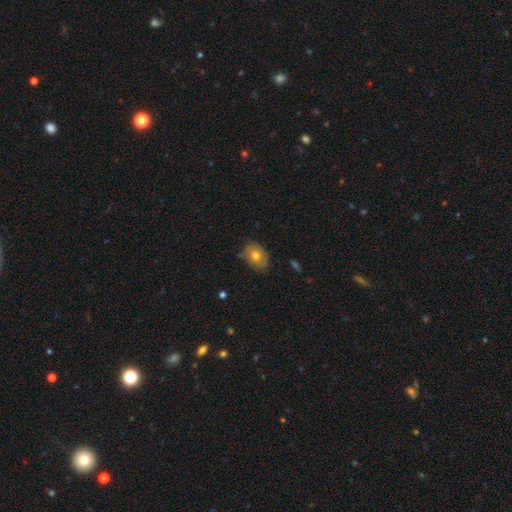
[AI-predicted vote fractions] smooth 70%, featured or disk 21%, star or artifact 8%. Down the decision tree: how rounded — in between (70%); merging — none (78%).